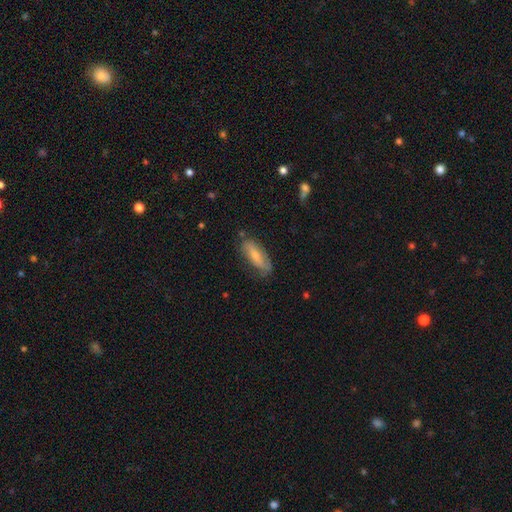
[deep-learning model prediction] The model was most divided on "smooth or featured": smooth: 58%, featured or disk: 36%, star or artifact: 7%. More confident: merging — none (69%); how rounded — in between (68%).